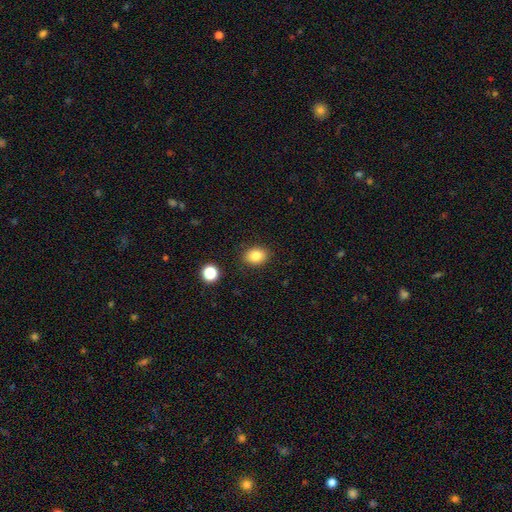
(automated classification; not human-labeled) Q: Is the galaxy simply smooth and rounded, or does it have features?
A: smooth — 84%.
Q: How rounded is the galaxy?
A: in between — 65%.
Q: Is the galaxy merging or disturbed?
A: none — 87%.